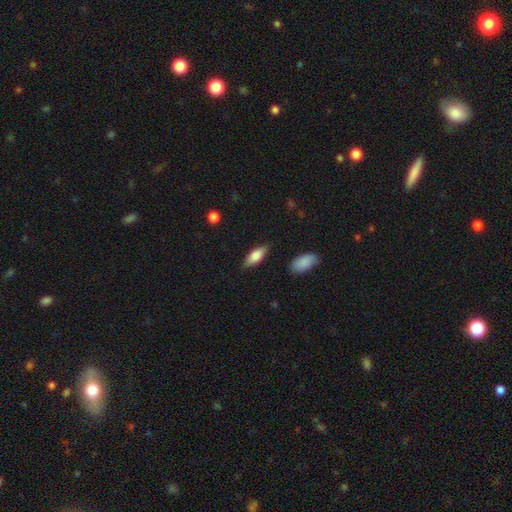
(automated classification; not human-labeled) Smooth or featured?
  - smooth: 76% *
  - featured or disk: 17%
  - star or artifact: 6%
How rounded?
  - in between: 77% *
  - cigar-shaped: 21%
  - round: 2%
Merging?
  - none: 84% *
  - minor disturbance: 12%
  - major disturbance: 3%
  - merger: 2%